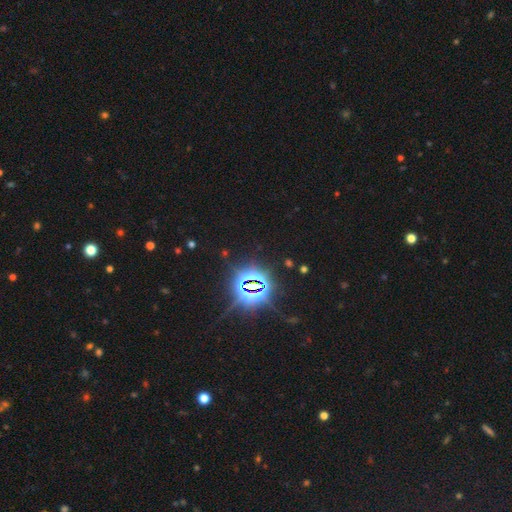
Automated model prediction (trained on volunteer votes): This is clearly a star or artifact rather than a galaxy (86%).